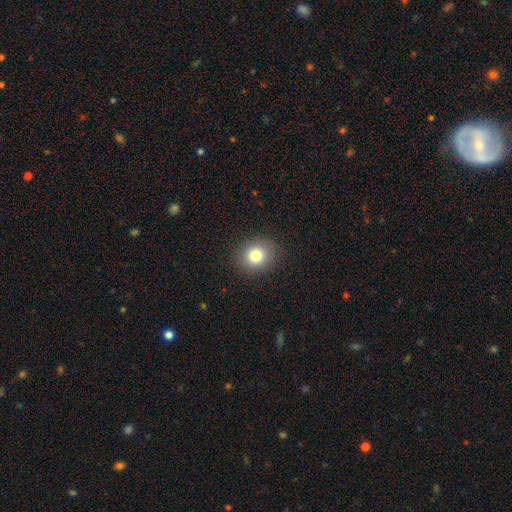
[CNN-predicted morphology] Overall: smooth (79%). How rounded: round (77%). Merging: none (90%).